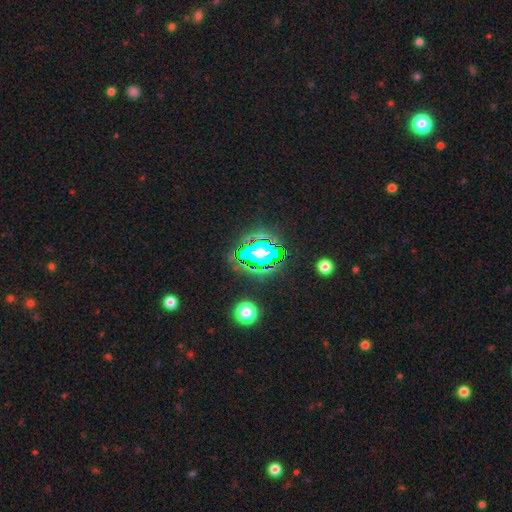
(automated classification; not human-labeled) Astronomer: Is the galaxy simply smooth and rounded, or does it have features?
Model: star or artifact — 57%.